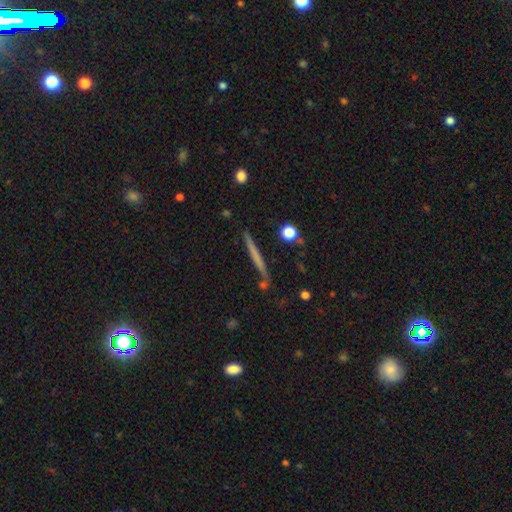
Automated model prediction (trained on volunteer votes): Smooth or featured: featured or disk — 46% (tied with smooth — 46%)
Merging: none — 86% (minor disturbance — 9%)